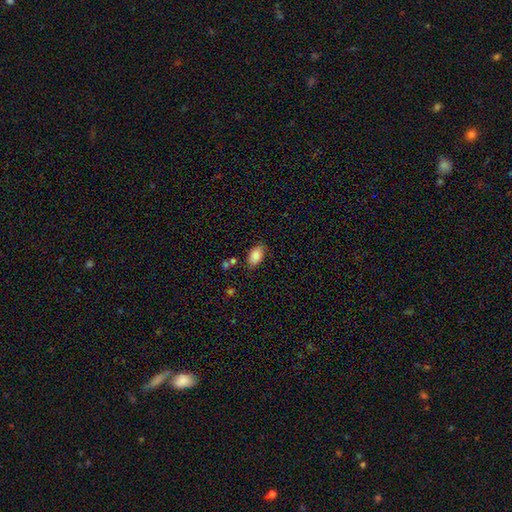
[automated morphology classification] Smooth or featured: smooth — 86% (star or artifact — 8%)
How rounded: in between — 93% (round — 5%)
Merging: none — 78% (minor disturbance — 15%)